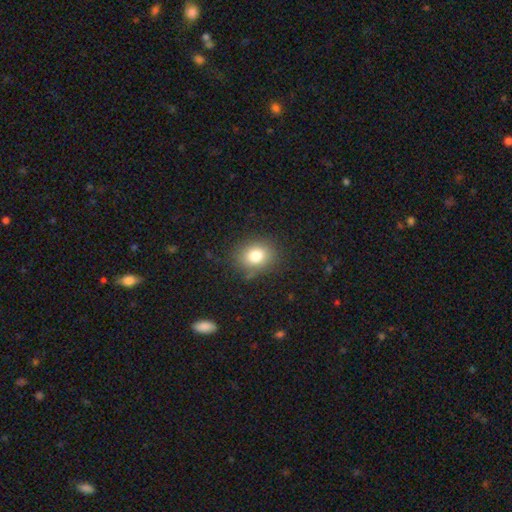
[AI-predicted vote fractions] This appears to be a smooth galaxy with no disk features (79%) that is round (55%). Merging: none (81%).